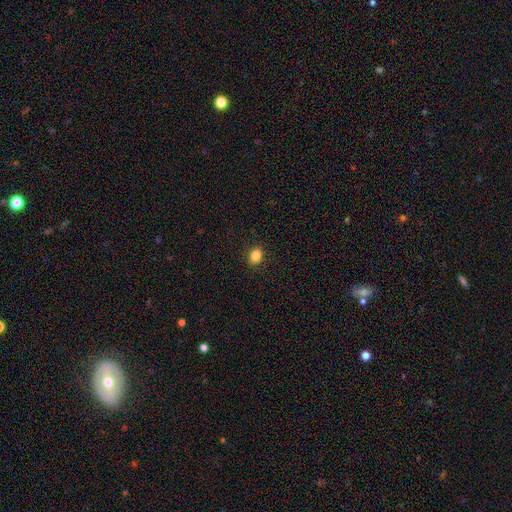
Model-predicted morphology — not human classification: This appears to be a smooth galaxy with no disk features (85%) that is in between round and cigar-shaped (63%). Merging: none (90%).